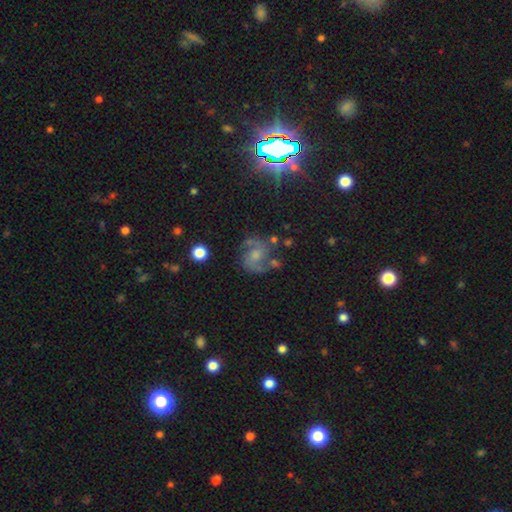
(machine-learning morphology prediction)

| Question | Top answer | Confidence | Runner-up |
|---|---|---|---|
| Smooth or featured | featured or disk | 71% | smooth (16%) |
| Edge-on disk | no | 98% | yes (2%) |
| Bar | no | 63% | weak (31%) |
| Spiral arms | yes | 93% | no (7%) |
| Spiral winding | medium | 54% | tight (24%) |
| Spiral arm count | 2 | 86% | can't tell (6%) |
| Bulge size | moderate | 46% | small (37%) |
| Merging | none | 65% | minor disturbance (19%) |